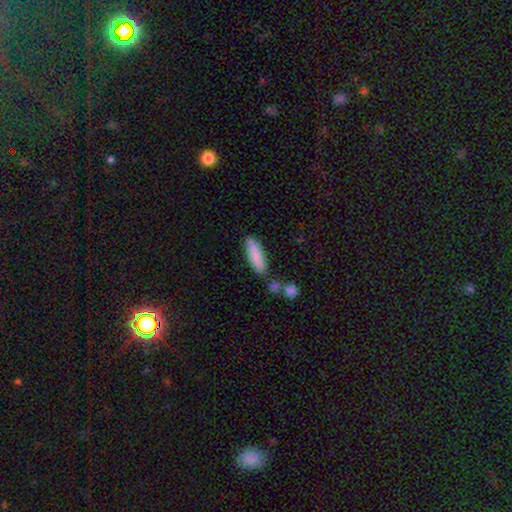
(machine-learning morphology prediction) The model was most divided on "how rounded": cigar-shaped: 58%, in between: 40%, round: 2%. More confident: smooth or featured — smooth (85%); merging — none (76%).